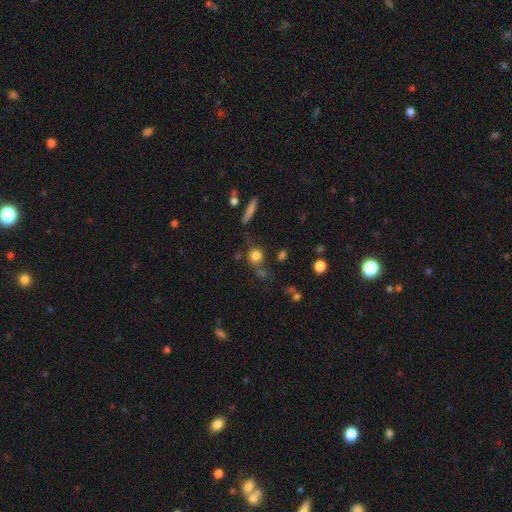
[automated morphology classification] Smooth or featured? smooth (79%)
How rounded? round (86%)
Merging? none (64%)